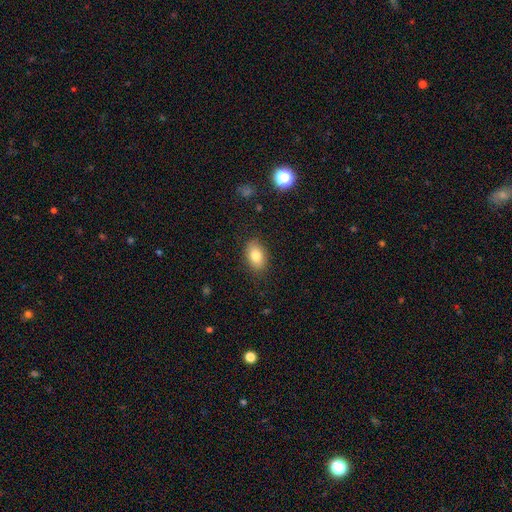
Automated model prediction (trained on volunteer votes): Morphology: type=smooth (81%); roundness=in between (87%); merging=none (85%).